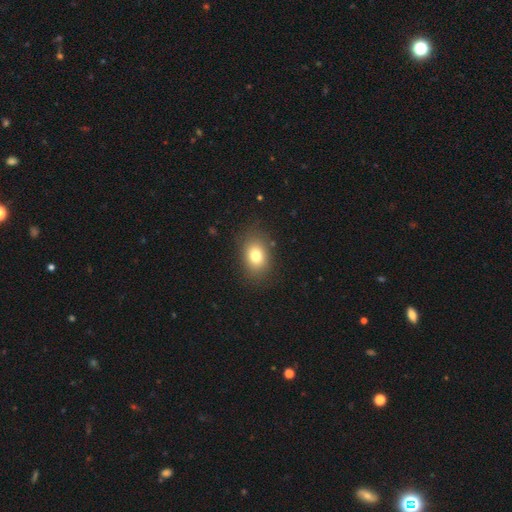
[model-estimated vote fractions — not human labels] This is likely a smooth galaxy (78%). How rounded: likely in between (72%). Merging: clearly none (84%).